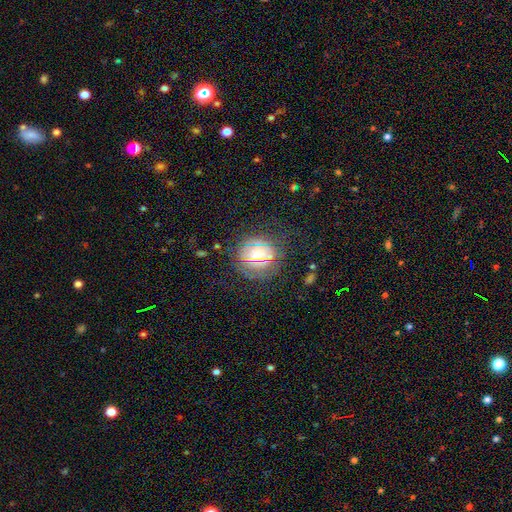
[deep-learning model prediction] Smooth or featured? Predicted: smooth (p=0.49). Merging? Predicted: none (p=0.73).